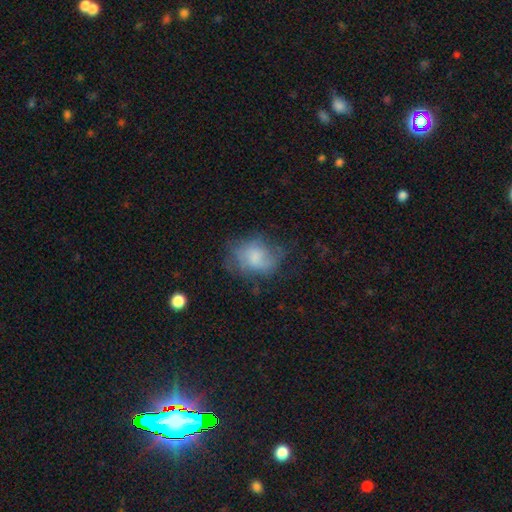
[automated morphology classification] type=smooth (58%); roundness=in between (56%); merging=none (52%).